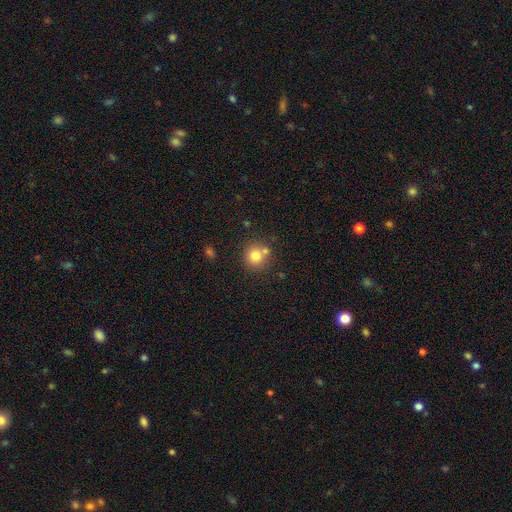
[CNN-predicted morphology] Smooth or featured?
  - smooth: 79% *
  - star or artifact: 11%
  - featured or disk: 10%
How rounded?
  - round: 90% *
  - in between: 9%
  - cigar-shaped: 1%
Merging?
  - none: 67% *
  - merger: 20%
  - minor disturbance: 10%
  - major disturbance: 3%